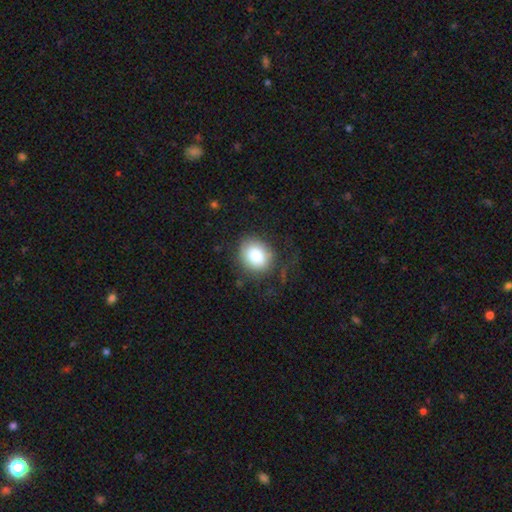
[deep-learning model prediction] This appears to be a smooth galaxy with no disk features (80%) that is round (62%). Merging: none (71%).